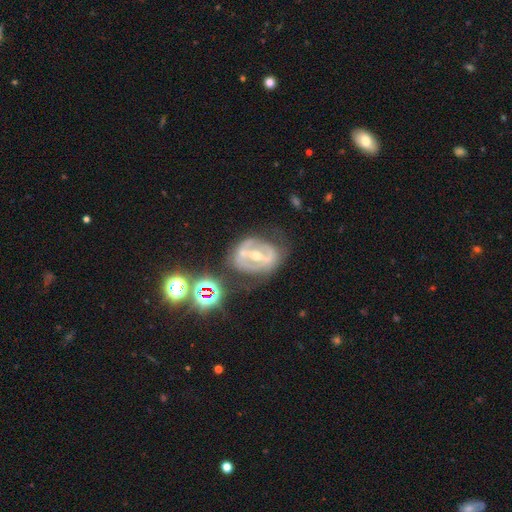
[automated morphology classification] Smooth or featured: featured or disk — 79% (smooth — 13%)
Edge-on disk: no — 94% (yes — 6%)
Bar: strong — 66% (weak — 22%)
Spiral arms: no — 53% (yes — 47%)
Bulge size: moderate — 58% (small — 38%)
Merging: none — 60% (minor disturbance — 21%)